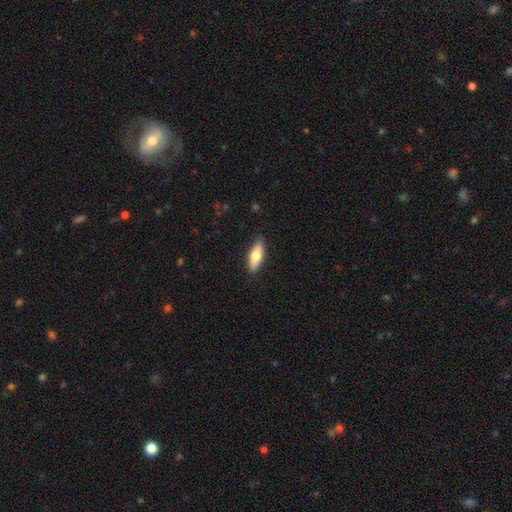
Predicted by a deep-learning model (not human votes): Morphology: type=smooth (68%); roundness=in between (63%); merging=none (88%).